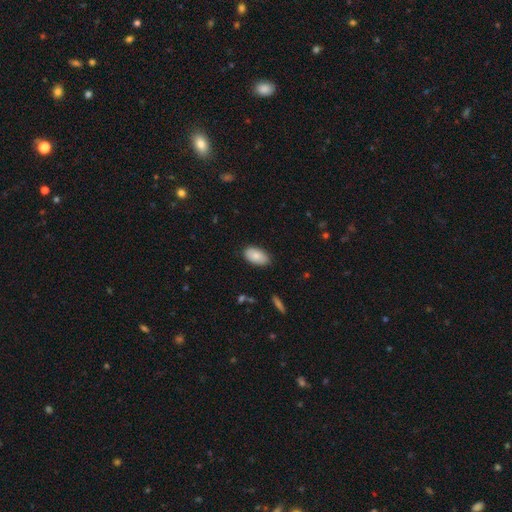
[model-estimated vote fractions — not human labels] Q: Smooth or featured?
A: smooth (84%); runner-up: featured or disk (9%)
Q: How rounded?
A: in between (95%); runner-up: round (3%)
Q: Merging?
A: none (83%); runner-up: minor disturbance (13%)